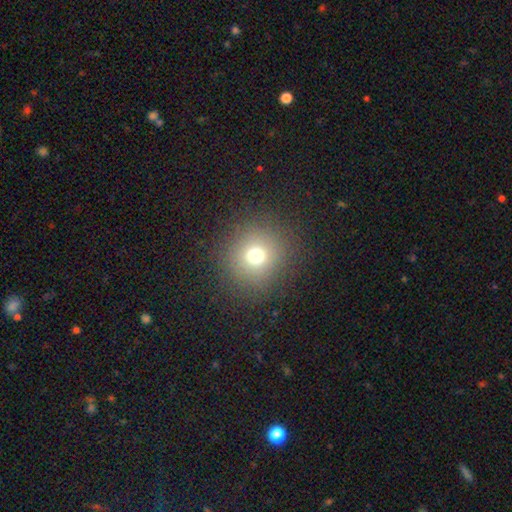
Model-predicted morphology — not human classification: Overall: smooth (71%). How rounded: round (90%). Merging: none (88%).